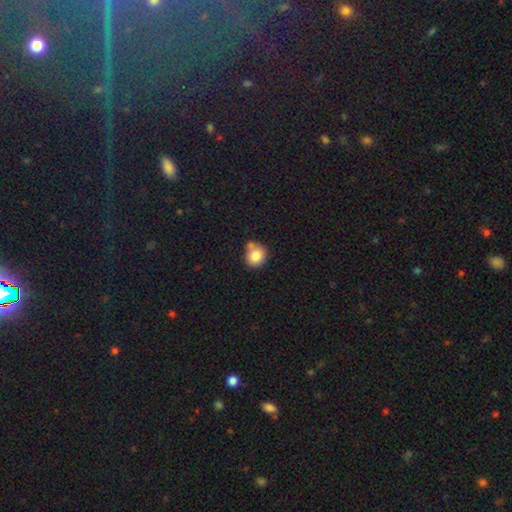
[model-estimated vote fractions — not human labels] Smooth or featured? Predicted: smooth (p=0.81). How rounded? Predicted: round (p=0.78). Merging? Predicted: none (p=0.56).